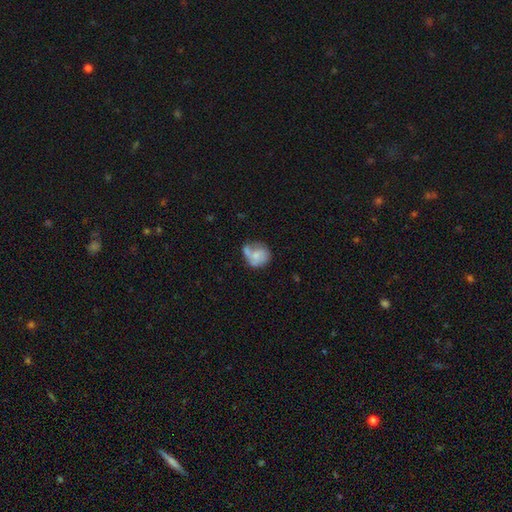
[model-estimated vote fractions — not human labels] This appears to be a smooth galaxy with no disk features (53%) that is round (67%). Merging: none (36%).